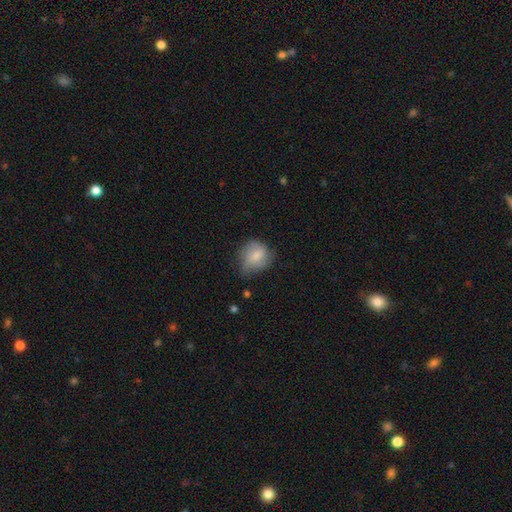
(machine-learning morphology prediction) Overall: smooth (69%). How rounded: round (70%). Merging: none (47%; minor disturbance 37%).